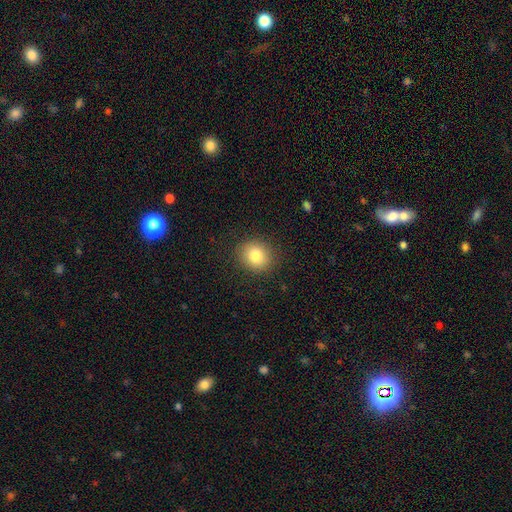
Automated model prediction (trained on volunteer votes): This is clearly a smooth galaxy (82%). How rounded: likely round (71%). Merging: clearly none (88%).